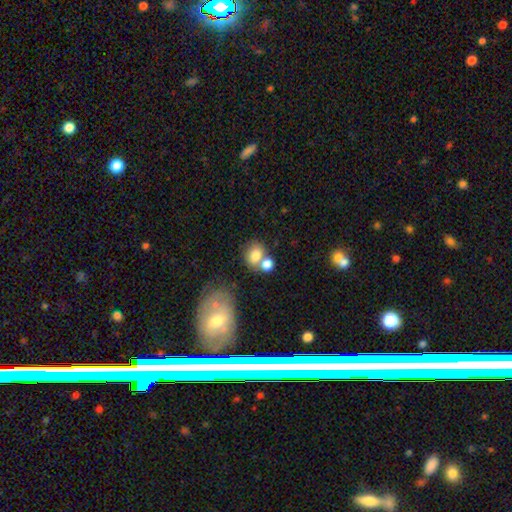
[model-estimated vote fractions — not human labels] smooth_or_featured: smooth (p=0.77) [alt: featured or disk p=0.13]
how_rounded: round (p=0.51) [alt: in between p=0.48]
merging: merger (p=0.42) [alt: none p=0.40]